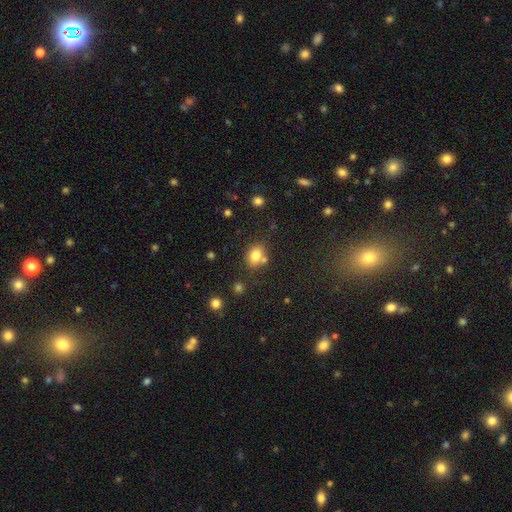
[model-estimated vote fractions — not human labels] Smooth or featured? smooth (78%)
How rounded? round (50%)
Merging? none (66%)